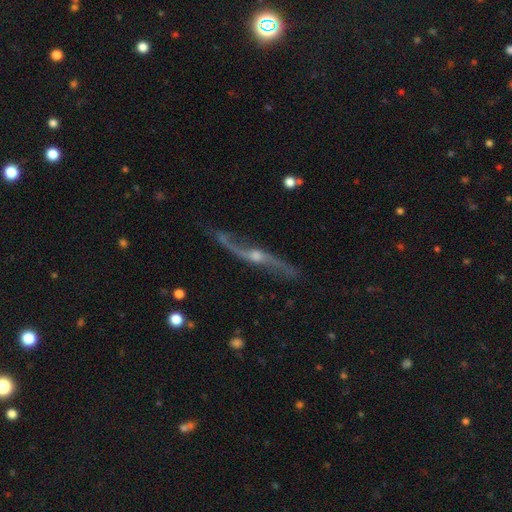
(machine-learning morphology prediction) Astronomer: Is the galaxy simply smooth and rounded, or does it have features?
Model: featured or disk — 87%.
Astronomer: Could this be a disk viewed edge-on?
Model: no — 61% (runner-up: yes, 39%).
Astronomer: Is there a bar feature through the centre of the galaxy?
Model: no — 59%.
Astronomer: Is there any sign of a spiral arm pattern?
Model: yes — 93%.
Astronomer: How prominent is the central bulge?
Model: moderate — 49% (runner-up: small, 41%).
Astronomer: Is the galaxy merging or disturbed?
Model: none — 66%.